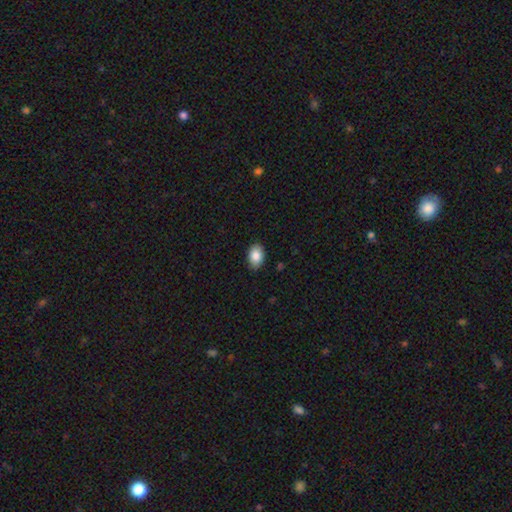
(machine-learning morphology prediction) Overall: smooth (86%). How rounded: in between (85%). Merging: none (87%).